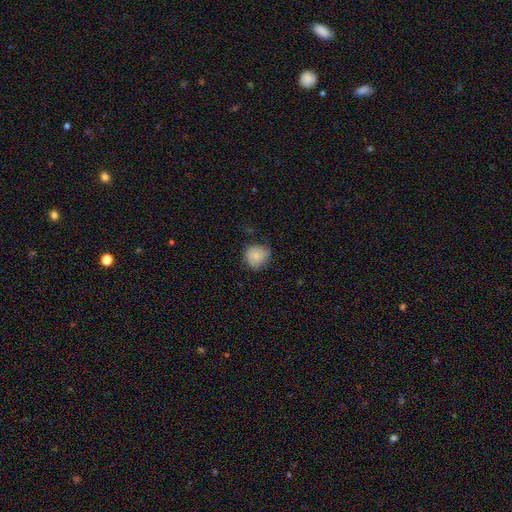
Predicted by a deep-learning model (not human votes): smooth_or_featured: smooth (p=0.73) [alt: featured or disk p=0.19]
how_rounded: round (p=0.82) [alt: in between p=0.17]
merging: none (p=0.60) [alt: minor disturbance p=0.31]